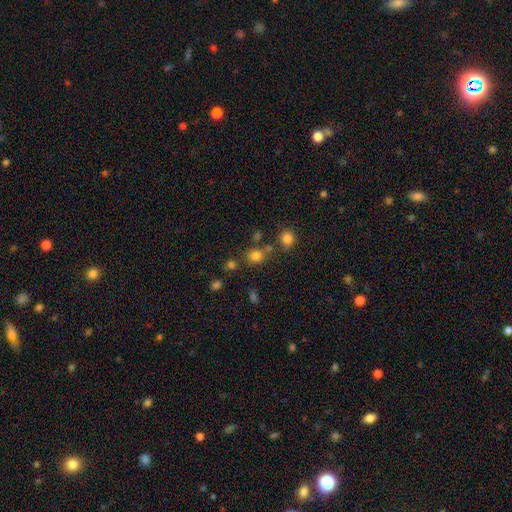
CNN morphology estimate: This is likely a smooth galaxy (78%). How rounded: likely round (80%). Merging: likely none (67%).